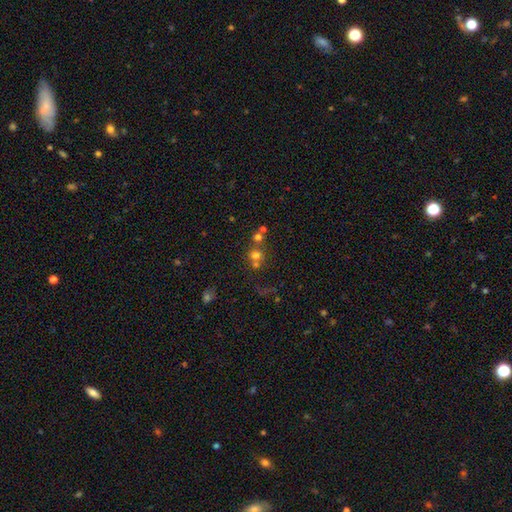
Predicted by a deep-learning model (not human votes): This is likely a smooth galaxy (64%). How rounded: clearly round (86%). Merging: possibly none (51%).